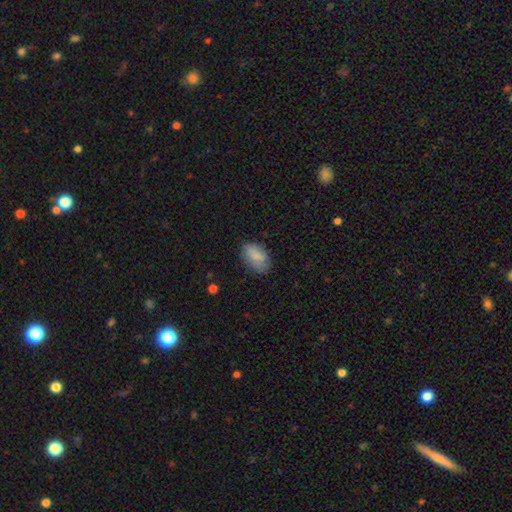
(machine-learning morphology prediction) type=smooth (83%); roundness=in between (91%); merging=none (73%).